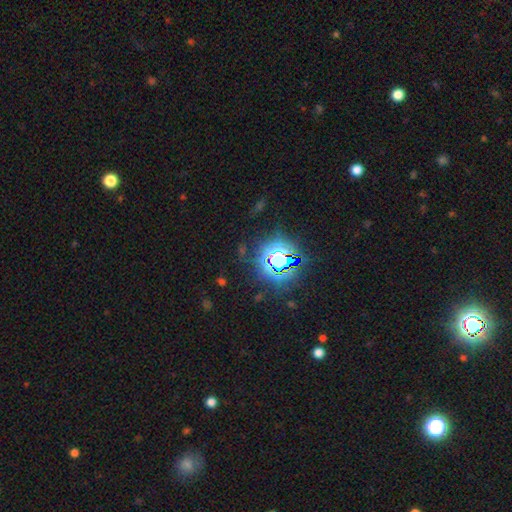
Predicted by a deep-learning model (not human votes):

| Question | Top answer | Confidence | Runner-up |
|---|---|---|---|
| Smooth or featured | star or artifact | 81% | smooth (13%) |